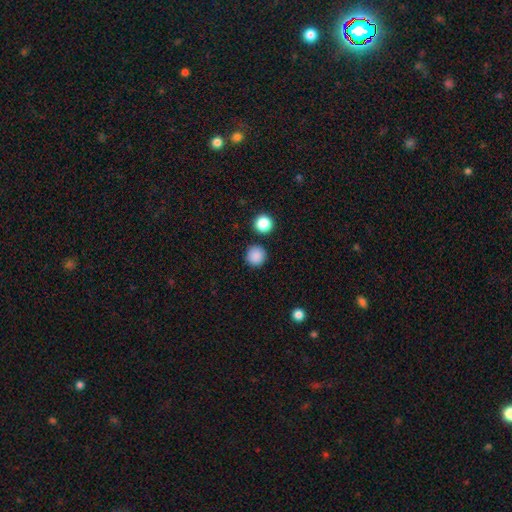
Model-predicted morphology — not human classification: A smooth galaxy with no disk features (87%) that is round (95%).

Vote fractions:
- Smooth or featured? smooth: 87% / star or artifact: 10% / featured or disk: 3%
- How rounded? round: 95% / in between: 4% / cigar-shaped: 1%
- Merging? none: 88% / minor disturbance: 6% / merger: 3% / major disturbance: 2%